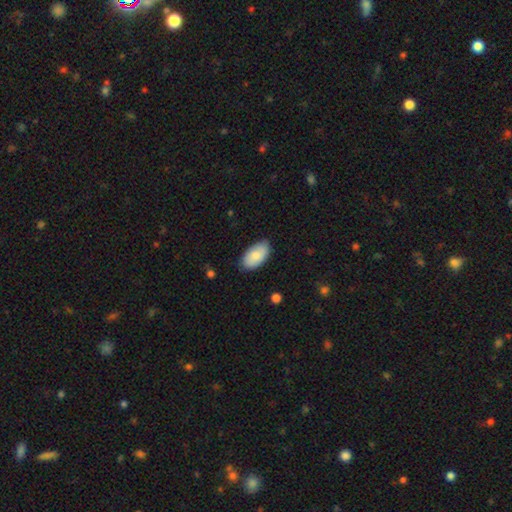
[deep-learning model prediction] Overall: smooth (82%). How rounded: in between (95%). Merging: none (82%).